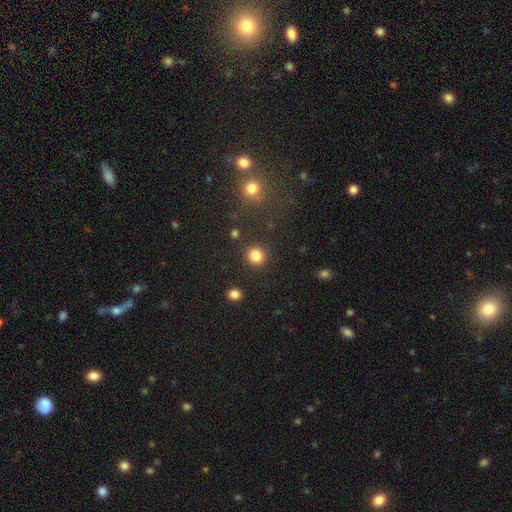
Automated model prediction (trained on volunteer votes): This appears to be a smooth galaxy with no disk features (84%) that is round (91%). Merging: none (89%).